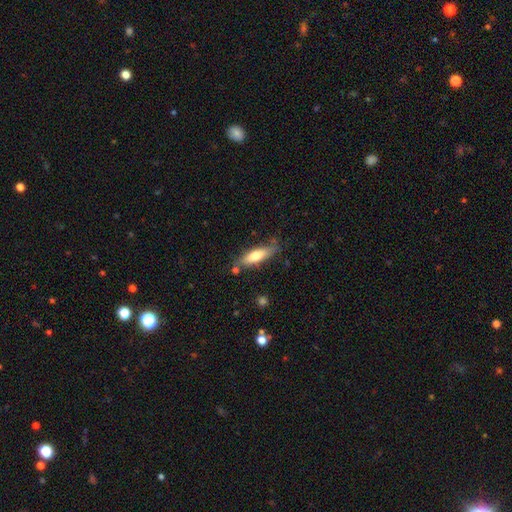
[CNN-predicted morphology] A smooth galaxy with no disk features (66%) that is cigar-shaped (60%). Merging: none (72%).